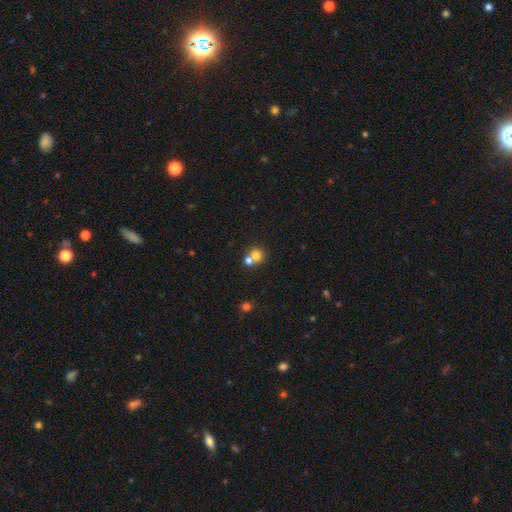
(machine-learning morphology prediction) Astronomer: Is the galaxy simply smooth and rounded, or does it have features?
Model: smooth — 74%.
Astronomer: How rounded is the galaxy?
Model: round — 85%.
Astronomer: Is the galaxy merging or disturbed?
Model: merger — 50% (runner-up: none, 42%).